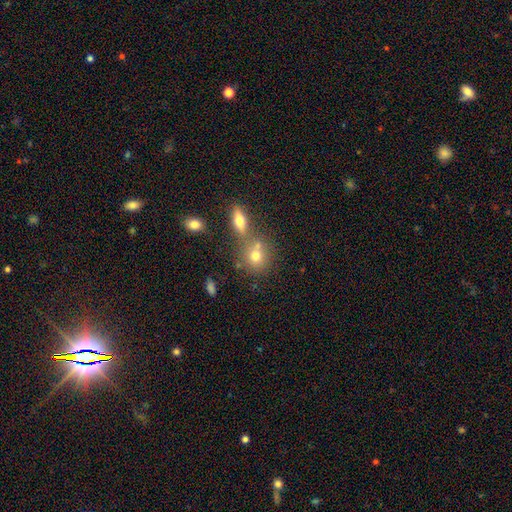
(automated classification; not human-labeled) This appears to be a smooth galaxy with no disk features (72%) that is round (73%). Merging: none (47%).